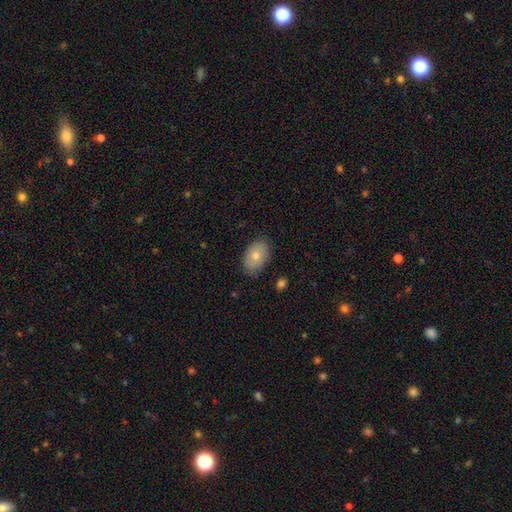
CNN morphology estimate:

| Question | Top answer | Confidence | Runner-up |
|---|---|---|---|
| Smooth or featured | smooth | 77% | featured or disk (16%) |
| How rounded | in between | 89% | round (10%) |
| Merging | none | 82% | minor disturbance (14%) |